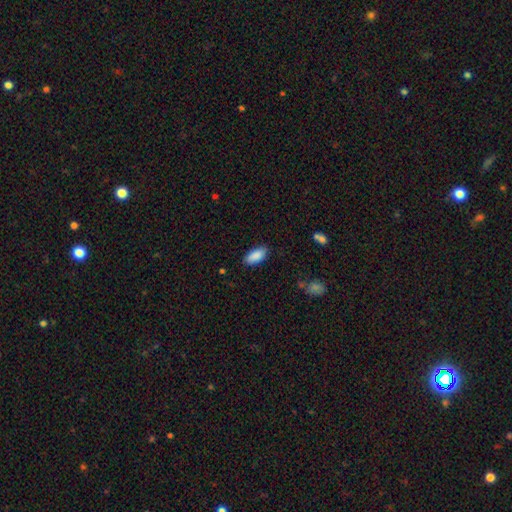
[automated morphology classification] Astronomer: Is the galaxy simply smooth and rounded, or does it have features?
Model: smooth — 89%.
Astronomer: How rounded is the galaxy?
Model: in between — 89%.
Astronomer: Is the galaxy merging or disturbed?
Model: none — 84%.